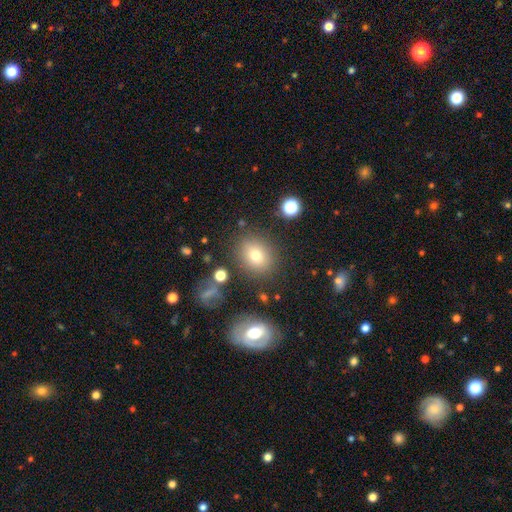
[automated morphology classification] Smooth or featured? Predicted: smooth (p=0.72). How rounded? Predicted: round (p=0.58). Merging? Predicted: none (p=0.81).